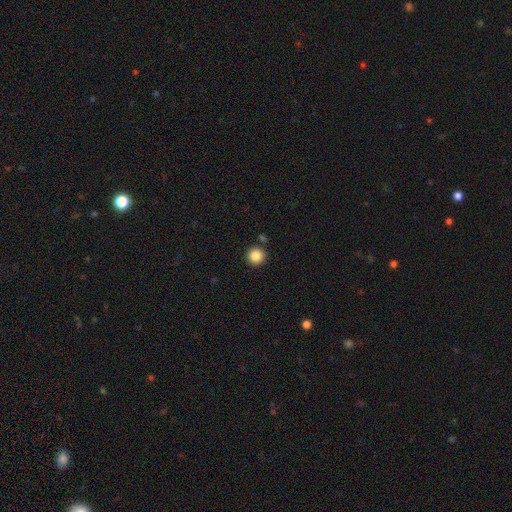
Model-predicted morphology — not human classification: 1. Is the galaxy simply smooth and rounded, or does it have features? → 86% smooth, 10% star or artifact, 4% featured or disk.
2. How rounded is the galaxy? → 95% round, 4% in between, 1% cigar-shaped.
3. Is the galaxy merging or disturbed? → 88% none, 6% minor disturbance, 5% merger, 2% major disturbance.